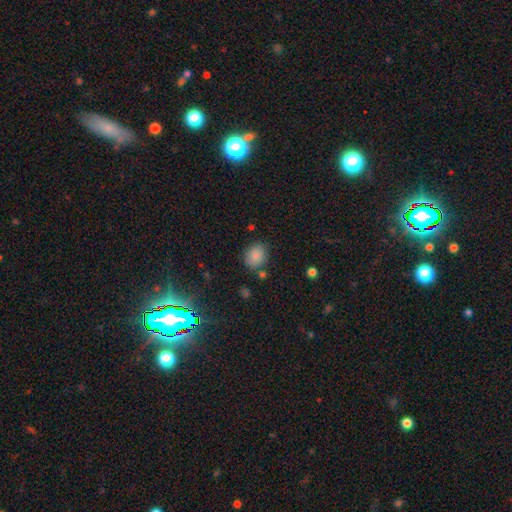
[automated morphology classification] smooth_or_featured: smooth (p=0.83) [alt: star or artifact p=0.10]
how_rounded: in between (p=0.50) [alt: round p=0.49]
merging: none (p=0.76) [alt: minor disturbance p=0.15]